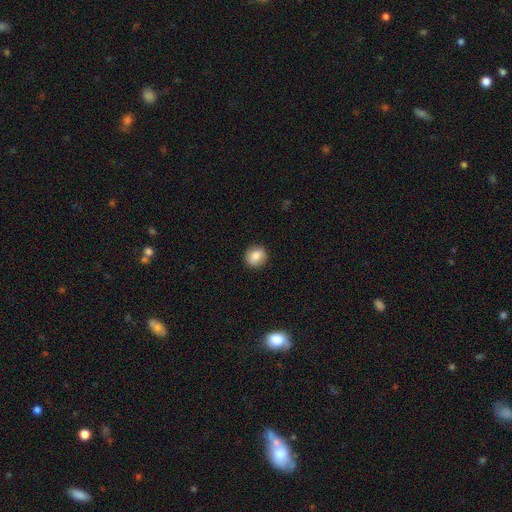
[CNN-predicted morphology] Smooth or featured: smooth — 82% (star or artifact — 9%)
How rounded: round — 83% (in between — 16%)
Merging: none — 90% (minor disturbance — 7%)